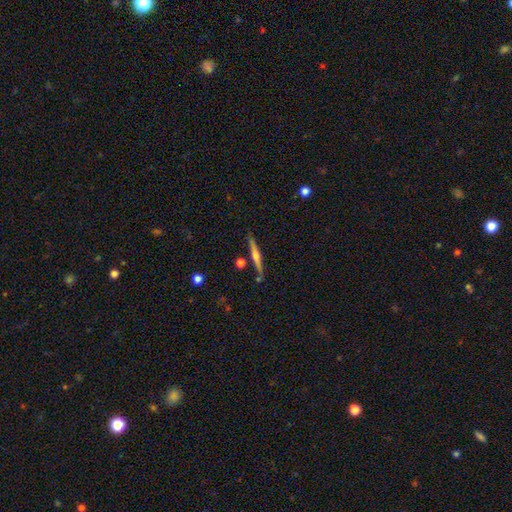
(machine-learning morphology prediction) Overall: featured or disk (66%; smooth 27%). Edge-on disk: yes (98%). Edge-on bulge: rounded (82%). Merging: none (84%).